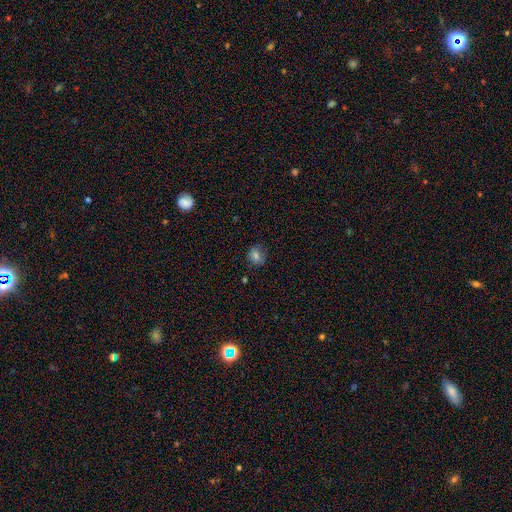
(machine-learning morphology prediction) Smooth or featured? smooth (76%)
How rounded? round (64%)
Merging? none (74%)